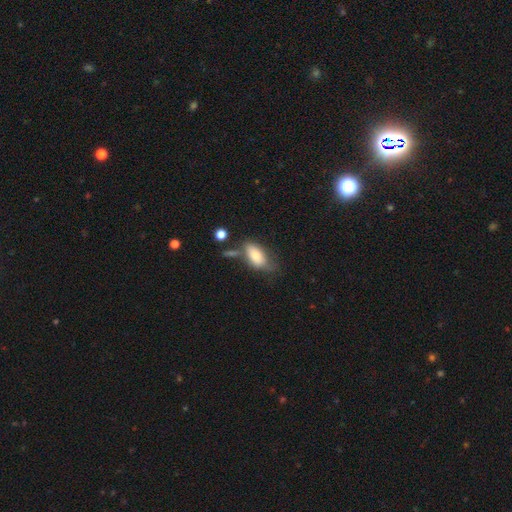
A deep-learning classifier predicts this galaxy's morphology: type=smooth (75%); roundness=in between (90%); merging=none (47%).